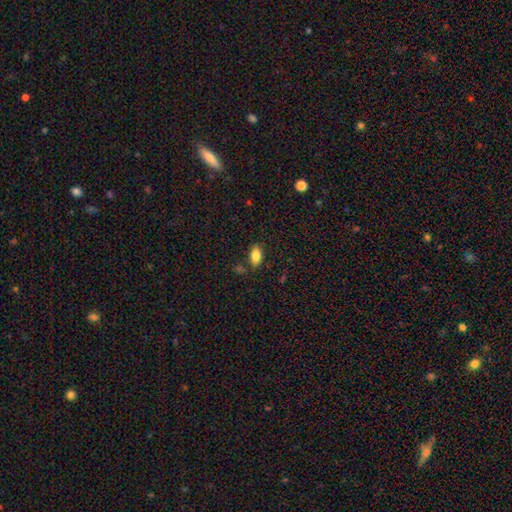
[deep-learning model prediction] A smooth galaxy with no disk features (82%) that is in between round and cigar-shaped (90%).

Vote fractions:
- Smooth or featured? smooth: 82% / featured or disk: 9% / star or artifact: 8%
- How rounded? in between: 90% / round: 5% / cigar-shaped: 5%
- Merging? none: 81% / minor disturbance: 12% / merger: 4% / major disturbance: 3%